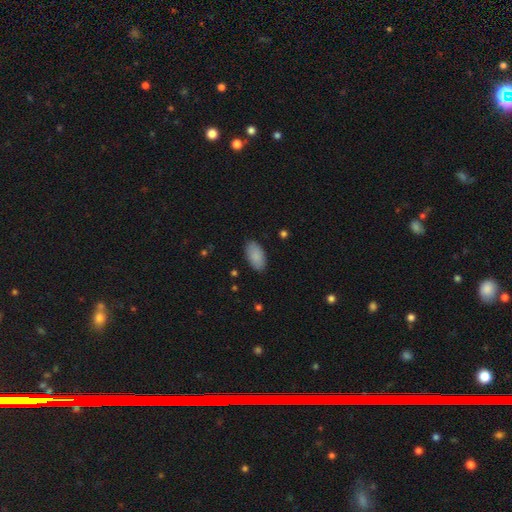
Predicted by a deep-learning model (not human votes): This appears to be a smooth galaxy with no disk features (89%) that is in between round and cigar-shaped (94%). Merging: none (87%).